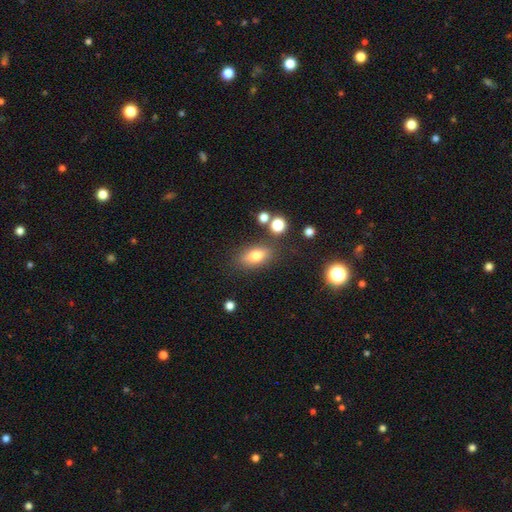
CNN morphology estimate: This appears to be a smooth galaxy with no disk features (77%) that is in between round and cigar-shaped (83%). Merging: none (78%).